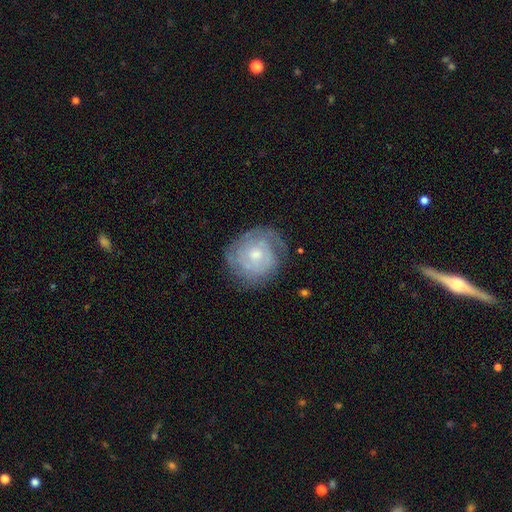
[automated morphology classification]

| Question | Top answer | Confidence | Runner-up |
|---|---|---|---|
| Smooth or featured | featured or disk | 66% | smooth (28%) |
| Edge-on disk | no | 97% | yes (3%) |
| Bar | no | 79% | weak (18%) |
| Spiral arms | yes | 77% | no (23%) |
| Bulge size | moderate | 53% | small (40%) |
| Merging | none | 68% | minor disturbance (22%) |